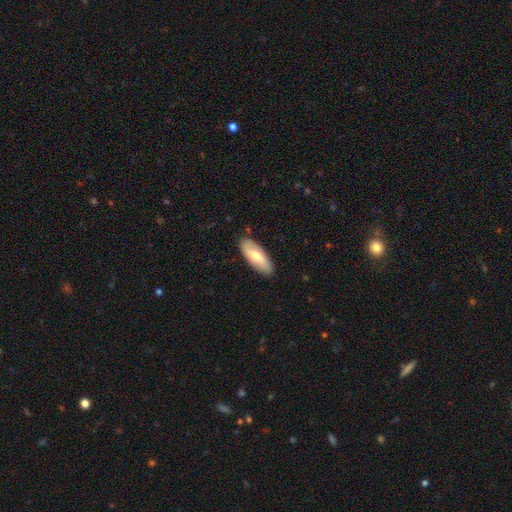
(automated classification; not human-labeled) Smooth or featured? smooth (54%)
How rounded? in between (76%)
Merging? none (86%)